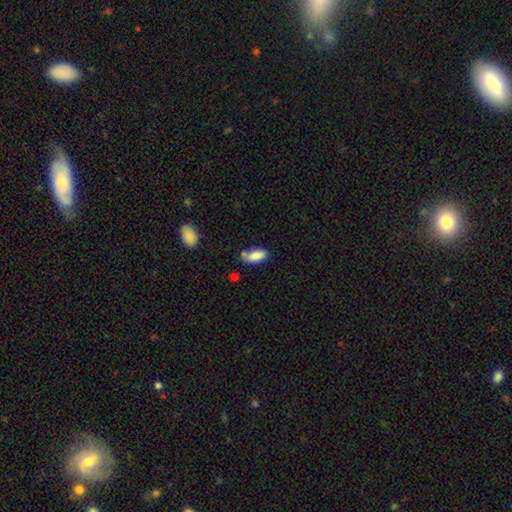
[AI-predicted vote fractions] smooth_or_featured: smooth (p=0.85) [alt: star or artifact p=0.08]
how_rounded: in between (p=0.86) [alt: cigar-shaped p=0.12]
merging: none (p=0.60) [alt: minor disturbance p=0.22]